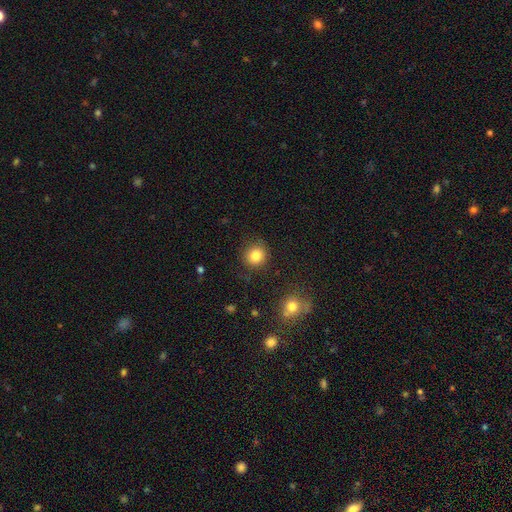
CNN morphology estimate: This is clearly a smooth galaxy (84%). How rounded: clearly round (89%). Merging: clearly none (87%).